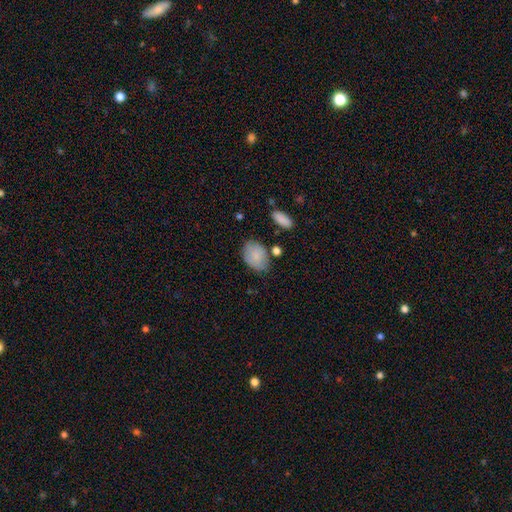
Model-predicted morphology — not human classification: Overall: smooth (82%). How rounded: in between (82%). Merging: none (70%).